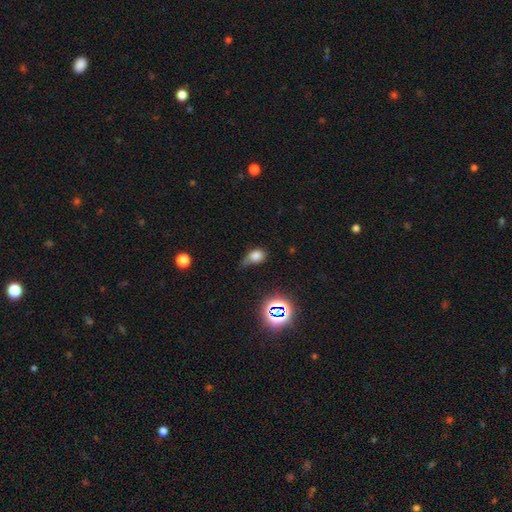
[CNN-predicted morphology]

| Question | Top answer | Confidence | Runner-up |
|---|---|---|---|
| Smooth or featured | smooth | 71% | star or artifact (17%) |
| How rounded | in between | 63% | round (35%) |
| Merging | minor disturbance | 38% | none (32%) |